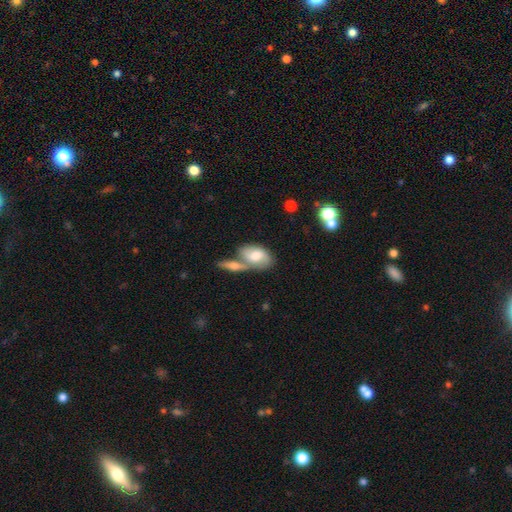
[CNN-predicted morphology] A smooth galaxy with no disk features (56%) that is in between round and cigar-shaped (89%).

Vote fractions:
- Smooth or featured? smooth: 56% / featured or disk: 38% / star or artifact: 6%
- How rounded? in between: 89% / round: 7% / cigar-shaped: 4%
- Merging? merger: 49% / none: 32% / minor disturbance: 13% / major disturbance: 6%